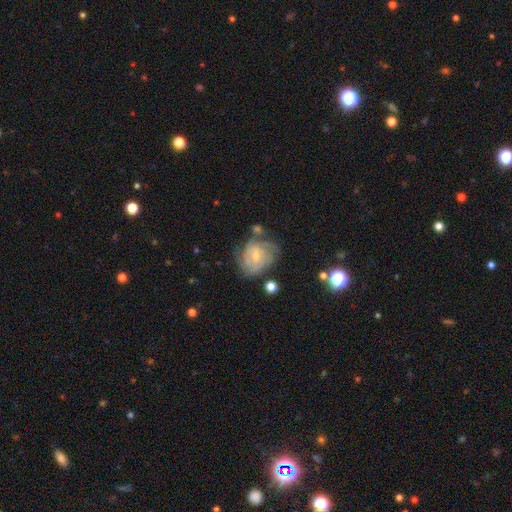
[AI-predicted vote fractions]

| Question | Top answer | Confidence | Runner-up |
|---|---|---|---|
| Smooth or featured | featured or disk | 74% | smooth (19%) |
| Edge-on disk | no | 97% | yes (3%) |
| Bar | no | 47% | weak (45%) |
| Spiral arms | yes | 87% | no (13%) |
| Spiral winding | tight | 57% | medium (33%) |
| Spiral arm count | can't tell | 42% | 3 (21%) |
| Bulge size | small | 52% | moderate (43%) |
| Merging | none | 52% | minor disturbance (25%) |